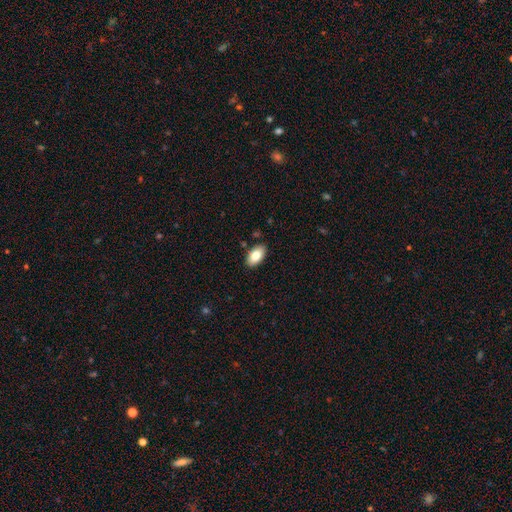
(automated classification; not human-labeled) A smooth galaxy with no disk features (84%) that is in between round and cigar-shaped (94%).

Vote fractions:
- Smooth or featured? smooth: 84% / featured or disk: 9% / star or artifact: 7%
- How rounded? in between: 94% / round: 4% / cigar-shaped: 2%
- Merging? none: 87% / minor disturbance: 9% / major disturbance: 2% / merger: 2%